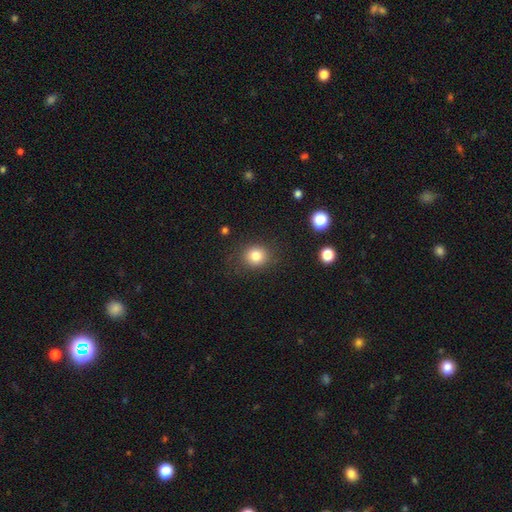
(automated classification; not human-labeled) A smooth galaxy with no disk features (82%) that is round (77%).

Vote fractions:
- Smooth or featured? smooth: 82% / star or artifact: 11% / featured or disk: 7%
- How rounded? round: 77% / in between: 22% / cigar-shaped: 1%
- Merging? none: 84% / minor disturbance: 10% / major disturbance: 4% / merger: 2%